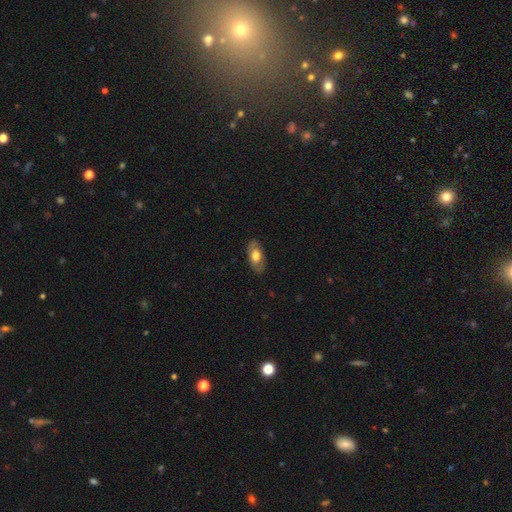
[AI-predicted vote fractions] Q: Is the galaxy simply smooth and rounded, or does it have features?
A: smooth — 62%.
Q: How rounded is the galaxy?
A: in between — 91%.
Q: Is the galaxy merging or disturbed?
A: none — 84%.